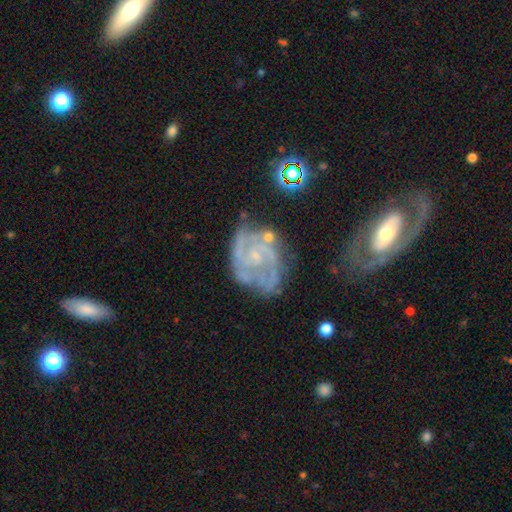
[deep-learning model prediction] Overall: featured or disk (86%). Edge-on disk: no (98%). Bar: no (61%; weak 32%). Spiral arms: yes (94%). Spiral arm count: 2 (45%; 3 22%). Spiral winding: tight (53%; medium 39%). Bulge size: small (68%). Merging: none (54%; minor disturbance 24%).